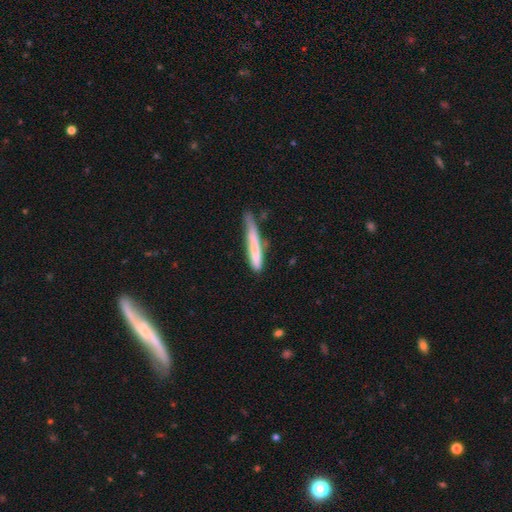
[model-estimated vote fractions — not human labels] Smooth or featured? Predicted: smooth (p=0.51). How rounded? Predicted: cigar-shaped (p=0.93). Merging? Predicted: none (p=0.66).